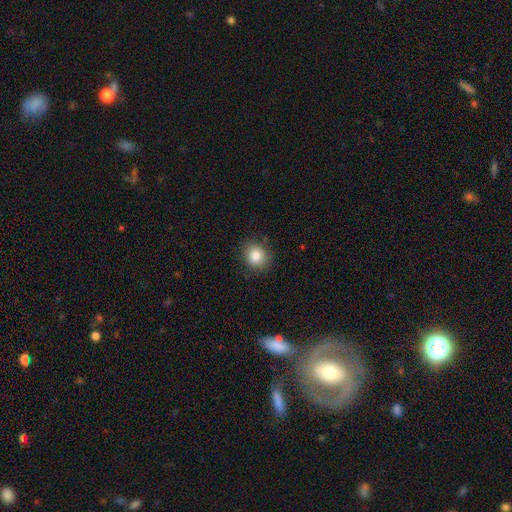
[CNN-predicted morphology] smooth 83%, star or artifact 10%, featured or disk 7%. Down the decision tree: how rounded — round (75%); merging — none (85%).